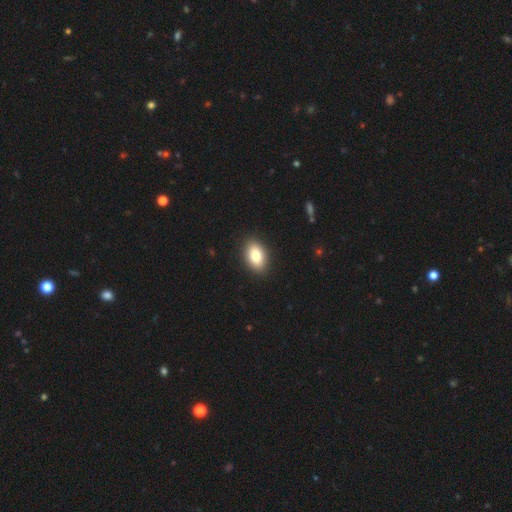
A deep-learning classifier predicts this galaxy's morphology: Smooth or featured?
  - smooth: 82% *
  - featured or disk: 10%
  - star or artifact: 8%
How rounded?
  - in between: 88% *
  - round: 10%
  - cigar-shaped: 2%
Merging?
  - none: 90% *
  - minor disturbance: 7%
  - major disturbance: 2%
  - merger: 1%